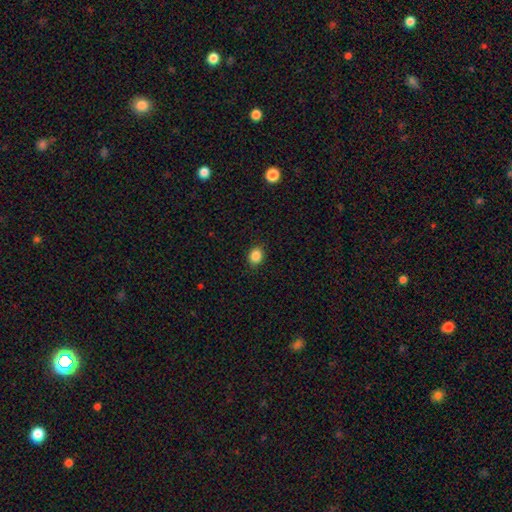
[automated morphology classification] The model was most divided on "how rounded": round: 54%, in between: 45%, cigar-shaped: 1%. More confident: merging — none (89%); smooth or featured — smooth (87%).